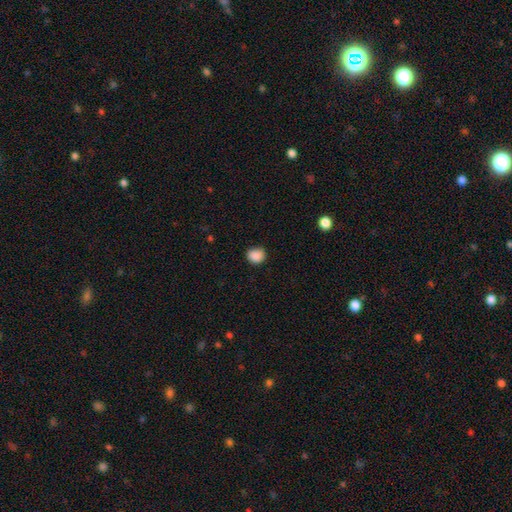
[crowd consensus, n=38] Q: Smooth or featured?
A: smooth (89%); runner-up: star or artifact (11%)
Q: How rounded?
A: round (62%); runner-up: in between (38%)
Q: Merging?
A: none (79%); runner-up: minor disturbance (12%)